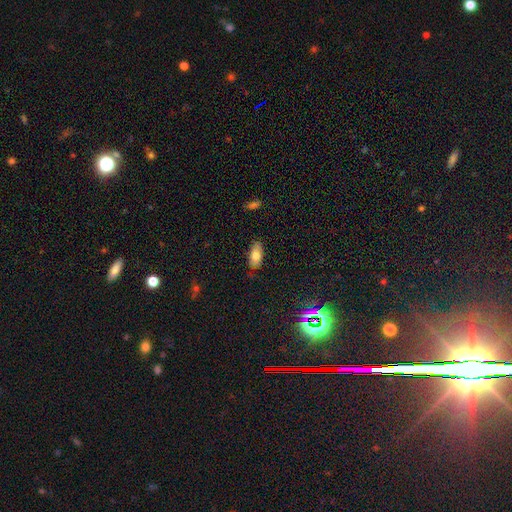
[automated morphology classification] type=smooth (76%); roundness=in between (88%); merging=none (78%).